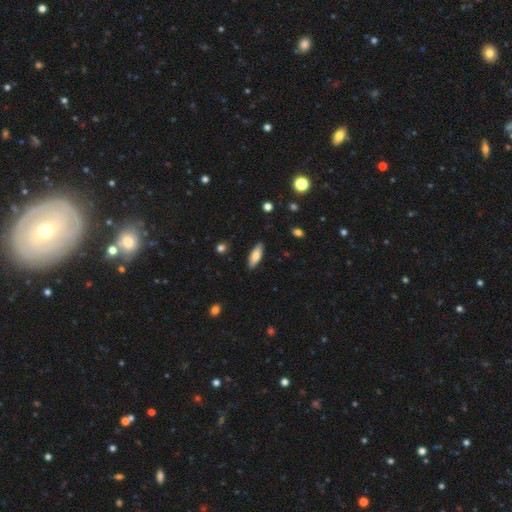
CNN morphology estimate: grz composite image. It shows a smooth galaxy with no disk features (77%) that is in between round and cigar-shaped (62%). Merging: none (88%).